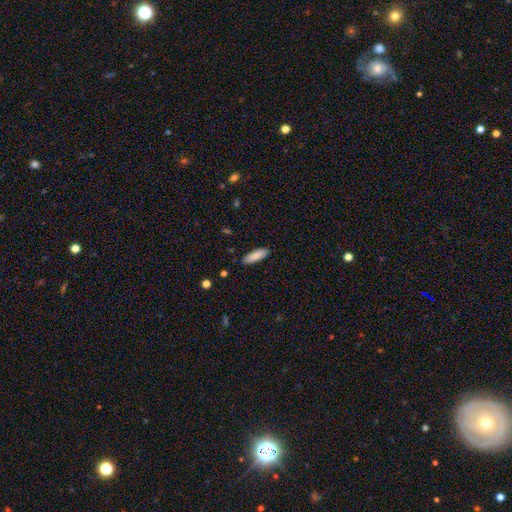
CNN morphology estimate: type=smooth (88%); roundness=cigar-shaped (55%); merging=none (89%).